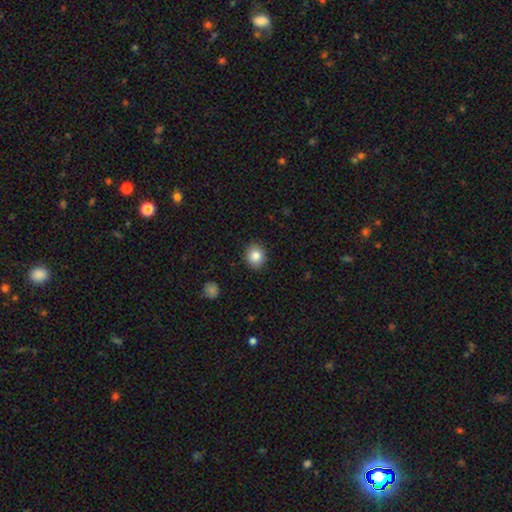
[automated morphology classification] Q: Smooth or featured?
A: smooth (83%); runner-up: star or artifact (9%)
Q: How rounded?
A: round (70%); runner-up: in between (29%)
Q: Merging?
A: none (90%); runner-up: minor disturbance (7%)